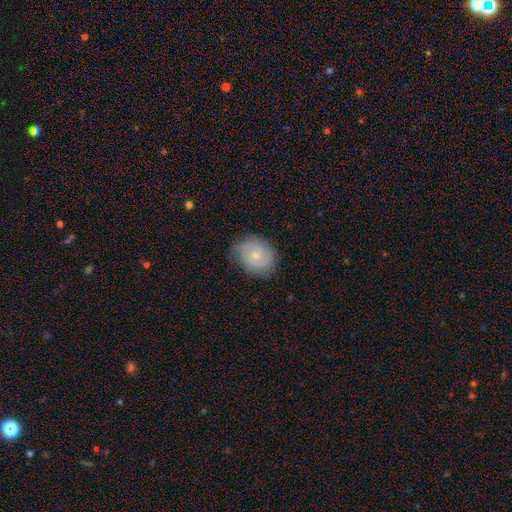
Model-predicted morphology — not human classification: featured or disk 47%, smooth 46%, star or artifact 7%. Down the decision tree: merging — none (73%).